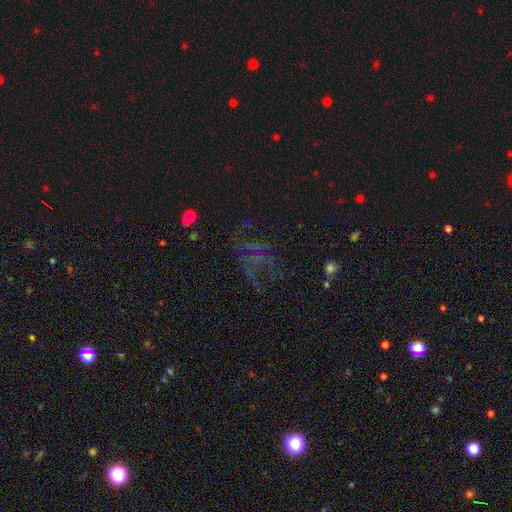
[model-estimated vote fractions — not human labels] star or artifact 41%, featured or disk 38%, smooth 20%.